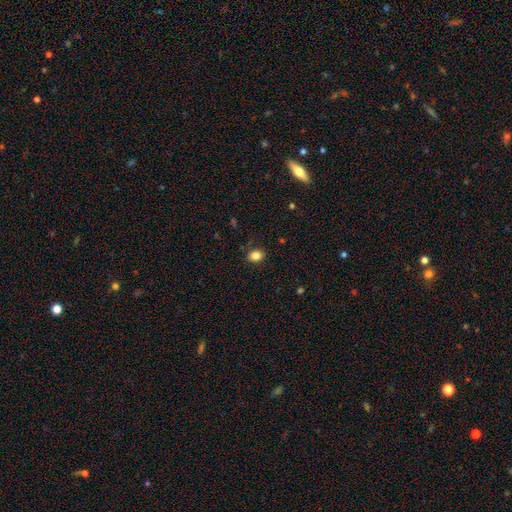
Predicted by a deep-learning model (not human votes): Q: Smooth or featured?
A: smooth (84%); runner-up: star or artifact (10%)
Q: How rounded?
A: in between (55%); runner-up: round (44%)
Q: Merging?
A: none (87%); runner-up: minor disturbance (9%)